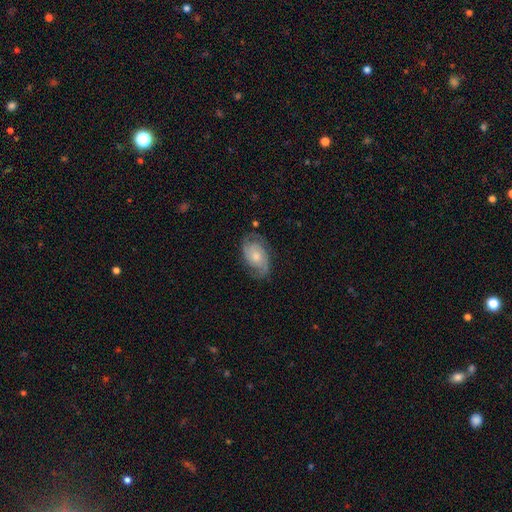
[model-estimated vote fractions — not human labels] This is likely a featured or disk galaxy (78%). It is clearly not viewed edge-on (96%). Bar: likely no (70%). Spiral arm pattern: clearly yes (94%). Spiral arm count: likely 2 (78%). Spiral winding: marginally tight (43%). Central bulge: possibly moderate (52%). Merging: likely none (72%).